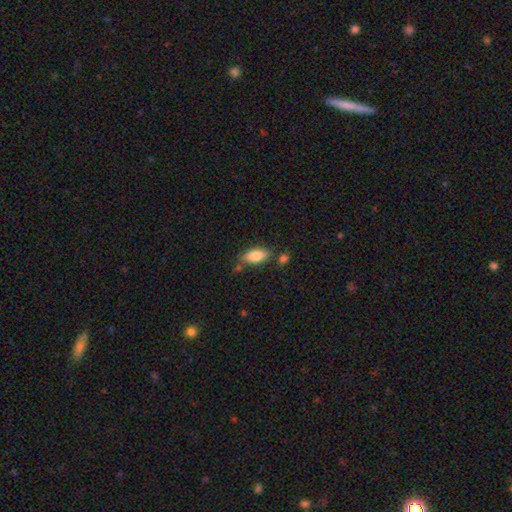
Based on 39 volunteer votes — Smooth or featured? 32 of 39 (82%) said smooth. How rounded? 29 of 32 (91%) said in between. Merging? 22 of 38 (58%) said none.